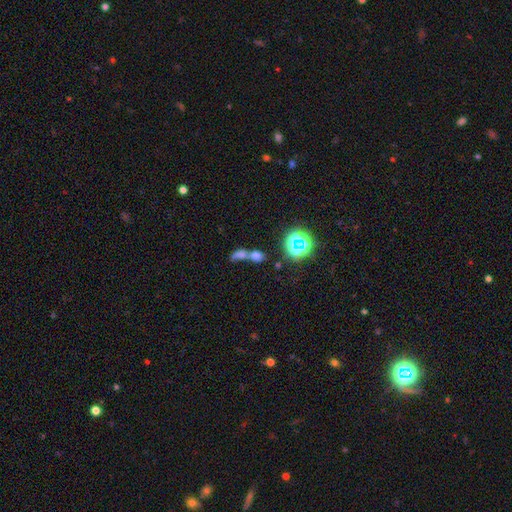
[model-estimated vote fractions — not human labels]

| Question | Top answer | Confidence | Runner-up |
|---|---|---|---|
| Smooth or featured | smooth | 61% | star or artifact (25%) |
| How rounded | in between | 64% | round (28%) |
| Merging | merger | 69% | none (19%) |